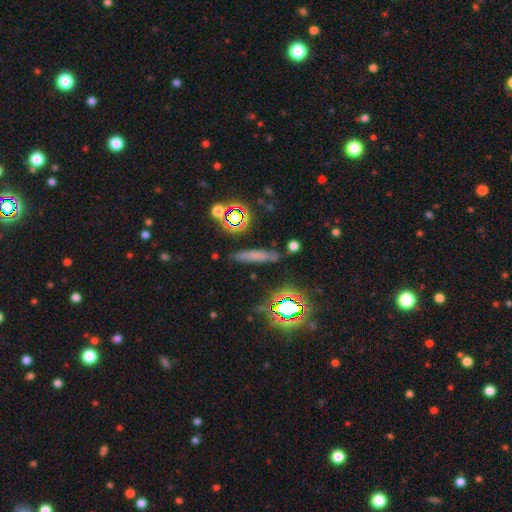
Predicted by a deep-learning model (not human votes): This appears to be a smooth galaxy with no disk features (56%) that is cigar-shaped (82%). Merging: none (81%).